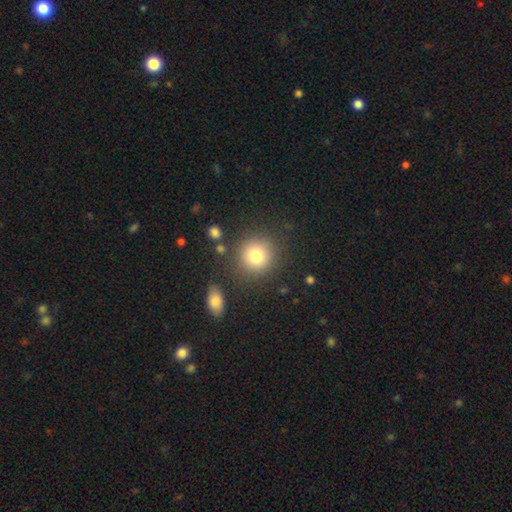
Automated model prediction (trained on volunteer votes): smooth 81%, star or artifact 11%, featured or disk 8%. Down the decision tree: how rounded — round (91%); merging — none (83%).